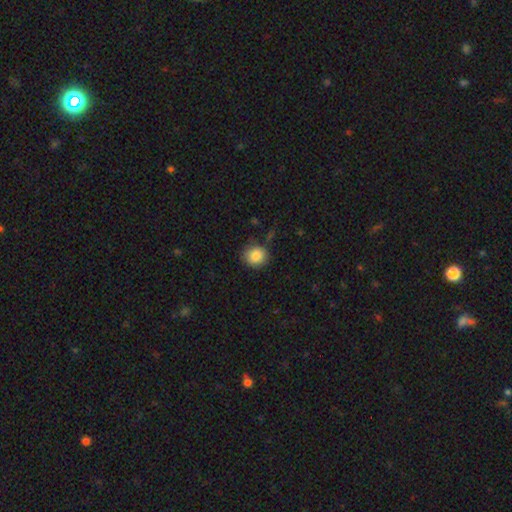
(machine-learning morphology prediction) smooth_or_featured: smooth (p=0.86) [alt: star or artifact p=0.08]
how_rounded: round (p=0.80) [alt: in between p=0.19]
merging: none (p=0.81) [alt: minor disturbance p=0.13]